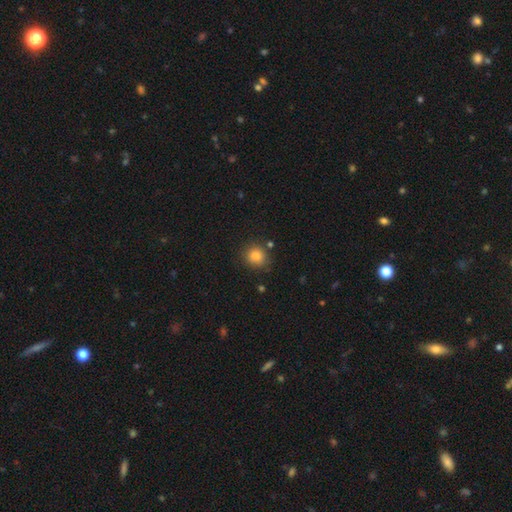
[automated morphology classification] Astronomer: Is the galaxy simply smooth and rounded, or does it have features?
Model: smooth — 83%.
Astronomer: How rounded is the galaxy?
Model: round — 83%.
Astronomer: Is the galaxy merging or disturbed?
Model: none — 81%.